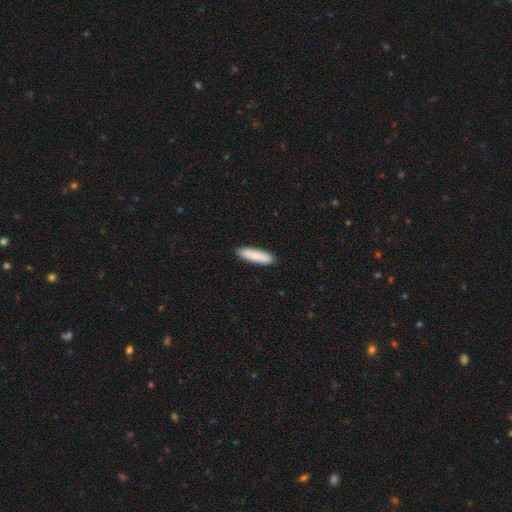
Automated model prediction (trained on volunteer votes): Morphology: type=smooth (86%); roundness=cigar-shaped (64%); merging=none (89%).